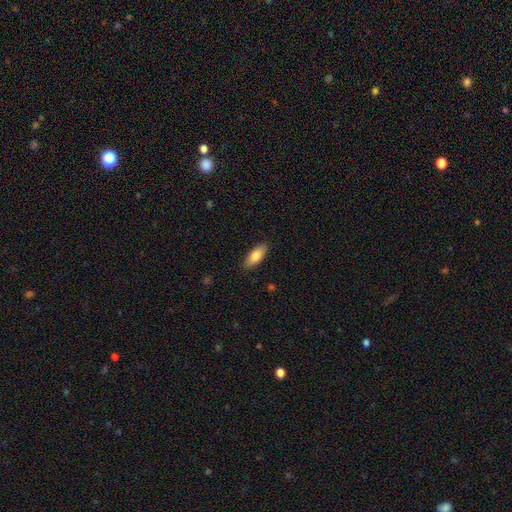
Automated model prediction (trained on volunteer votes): A smooth galaxy with no disk features (81%) that is in between round and cigar-shaped (75%). Merging: none (88%).